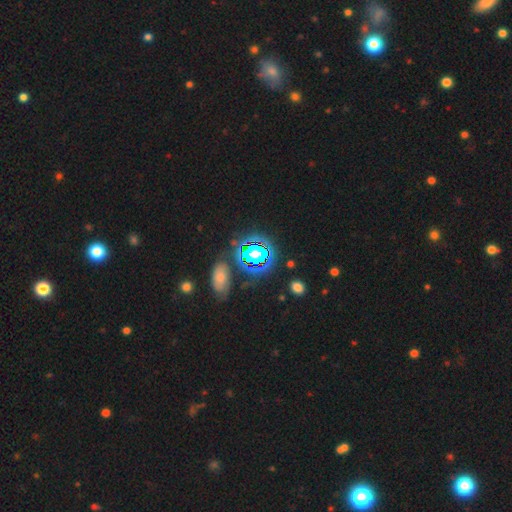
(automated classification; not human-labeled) star or artifact 61%, smooth 23%, featured or disk 16%.